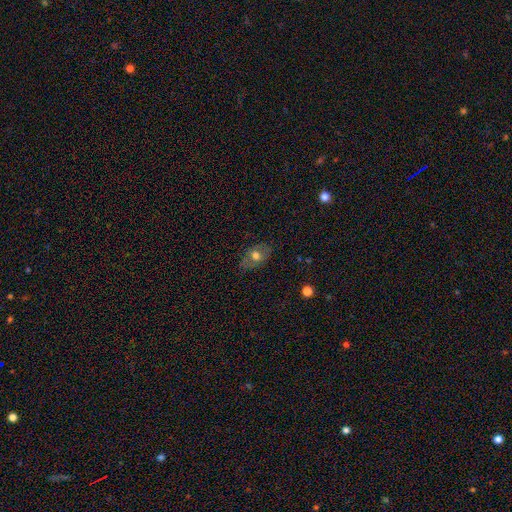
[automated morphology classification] This appears to be a smooth galaxy with no disk features (60%) that is in between round and cigar-shaped (80%). Merging: none (74%).